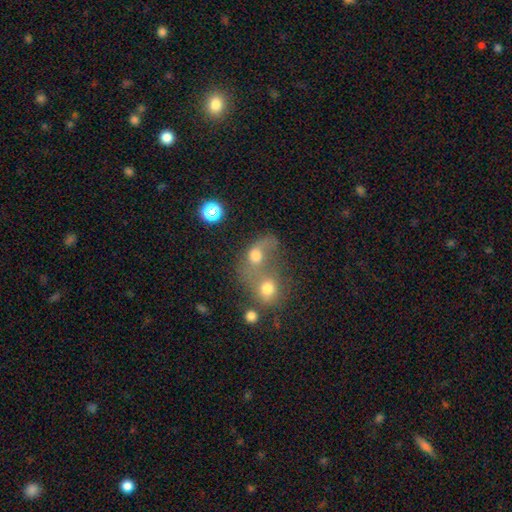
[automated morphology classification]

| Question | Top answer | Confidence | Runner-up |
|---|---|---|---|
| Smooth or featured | smooth | 61% | featured or disk (24%) |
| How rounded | round | 50% | in between (48%) |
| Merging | merger | 71% | major disturbance (12%) |